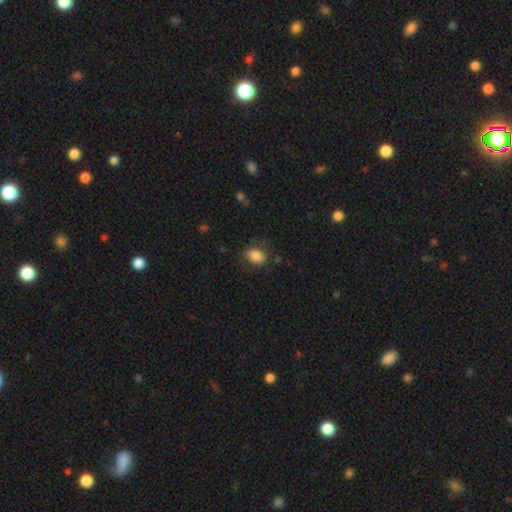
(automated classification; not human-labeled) The model was most divided on "merging": none: 70%, minor disturbance: 20%, major disturbance: 9%, merger: 2%. More confident: smooth or featured — smooth (84%); how rounded — in between (77%).